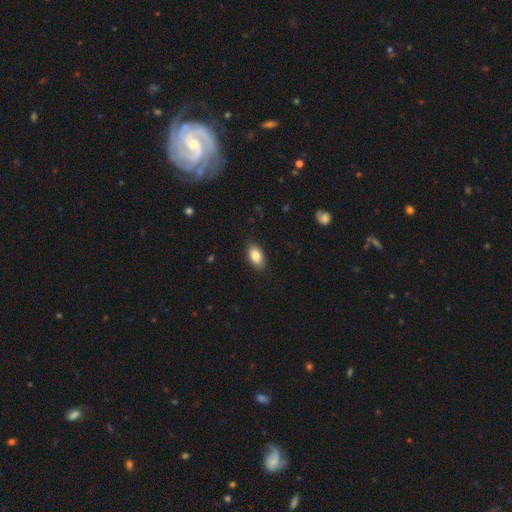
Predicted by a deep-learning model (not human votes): smooth 85%, featured or disk 8%, star or artifact 7%. Down the decision tree: how rounded — in between (92%); merging — none (87%).